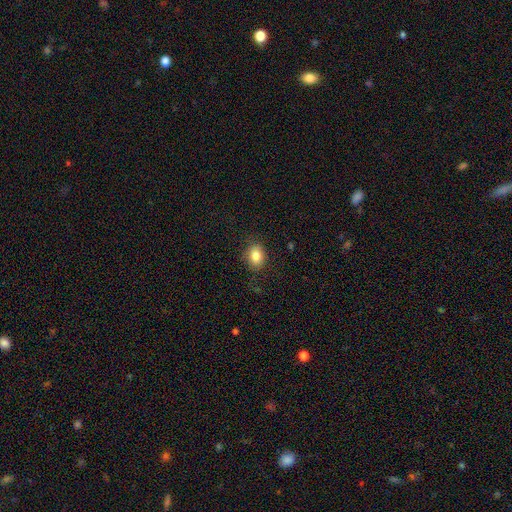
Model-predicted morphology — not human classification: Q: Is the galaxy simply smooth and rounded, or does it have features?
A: smooth — 84%.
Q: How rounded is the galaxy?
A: in between — 65%.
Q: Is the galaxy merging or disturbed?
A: none — 83%.